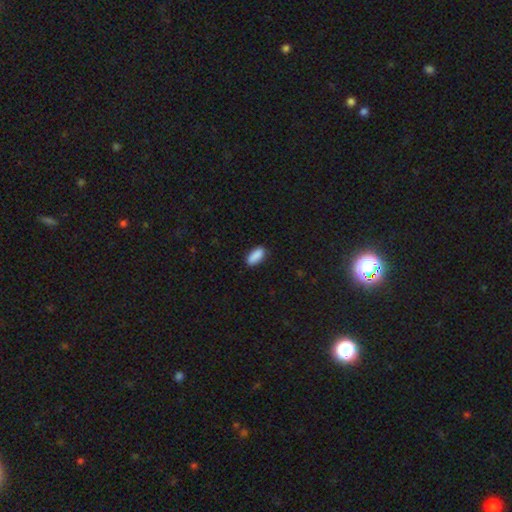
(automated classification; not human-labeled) This is clearly a smooth galaxy (90%). How rounded: clearly in between (81%). Merging: clearly none (87%).